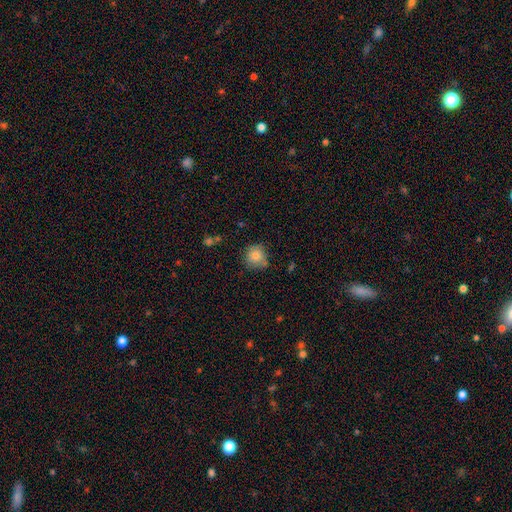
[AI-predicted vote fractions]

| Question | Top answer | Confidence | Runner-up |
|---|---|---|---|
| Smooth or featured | smooth | 83% | star or artifact (9%) |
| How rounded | round | 90% | in between (9%) |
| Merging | none | 72% | minor disturbance (19%) |